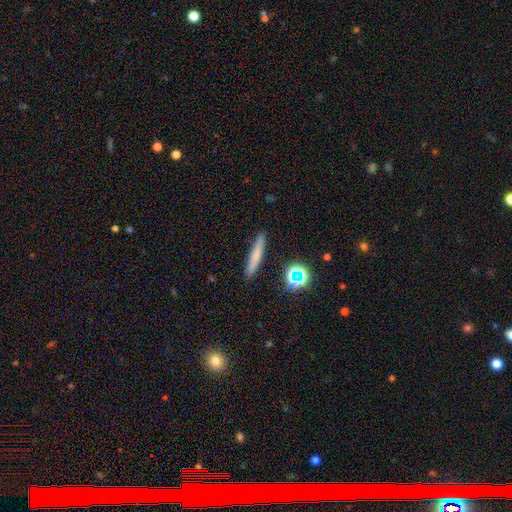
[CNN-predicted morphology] smooth 67%, featured or disk 22%, star or artifact 11%. Down the decision tree: how rounded — cigar-shaped (92%); merging — none (89%).